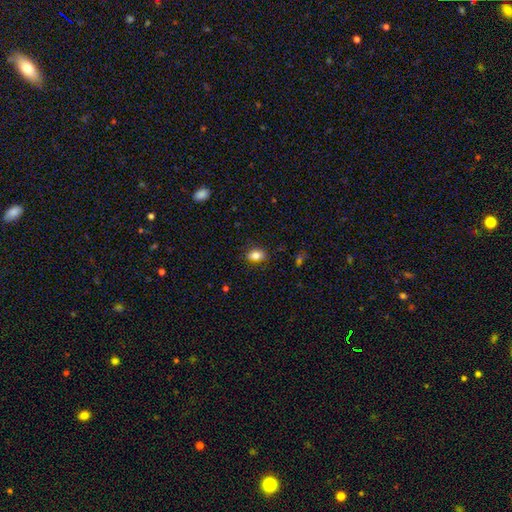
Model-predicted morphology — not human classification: Smooth or featured? Predicted: smooth (p=0.85). How rounded? Predicted: in between (p=0.82). Merging? Predicted: none (p=0.85).